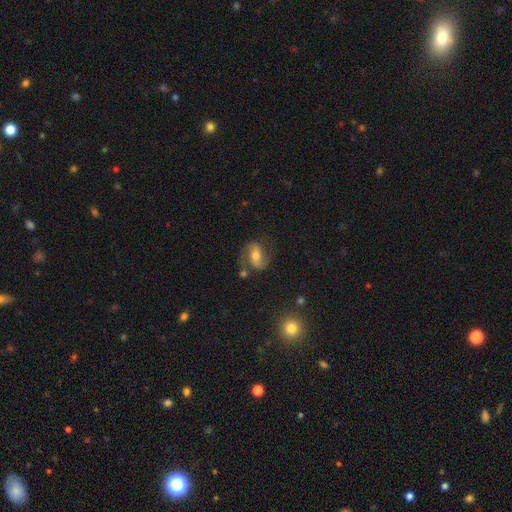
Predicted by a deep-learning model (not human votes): Q: Smooth or featured?
A: featured or disk (68%); runner-up: smooth (23%)
Q: Edge-on disk?
A: no (95%); runner-up: yes (5%)
Q: Bar?
A: strong (38%); runner-up: weak (37%)
Q: Spiral arms?
A: yes (90%); runner-up: no (10%)
Q: Spiral winding?
A: medium (47%); runner-up: loose (36%)
Q: Spiral arm count?
A: 2 (88%); runner-up: can't tell (5%)
Q: Bulge size?
A: moderate (61%); runner-up: small (27%)
Q: Merging?
A: none (66%); runner-up: minor disturbance (18%)